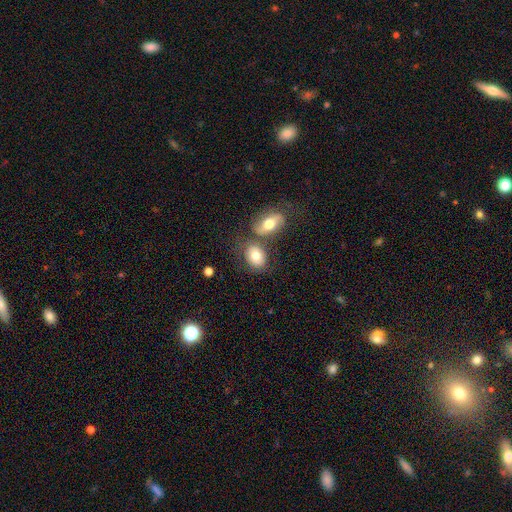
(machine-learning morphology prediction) Q: Smooth or featured?
A: smooth (73%); runner-up: featured or disk (19%)
Q: How rounded?
A: in between (76%); runner-up: round (23%)
Q: Merging?
A: none (52%); runner-up: merger (30%)